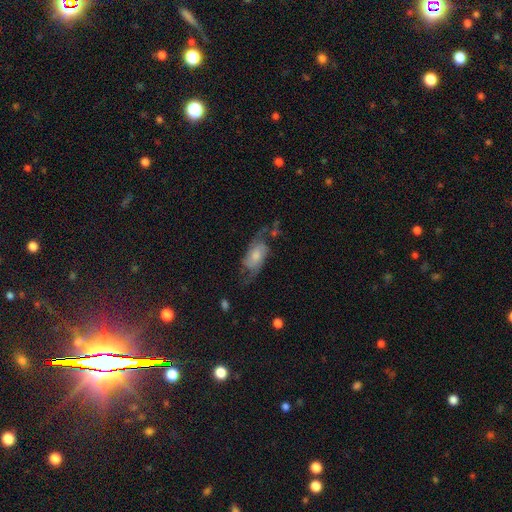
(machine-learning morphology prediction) Smooth or featured? Predicted: featured or disk (p=0.73). Edge-on disk? Predicted: no (p=0.94). Bar? Predicted: no (p=0.59). Spiral arms? Predicted: yes (p=0.92). Spiral winding? Predicted: loose (p=0.45). Spiral arm count? Predicted: 2 (p=0.81). Bulge size? Predicted: moderate (p=0.45). Merging? Predicted: none (p=0.53).